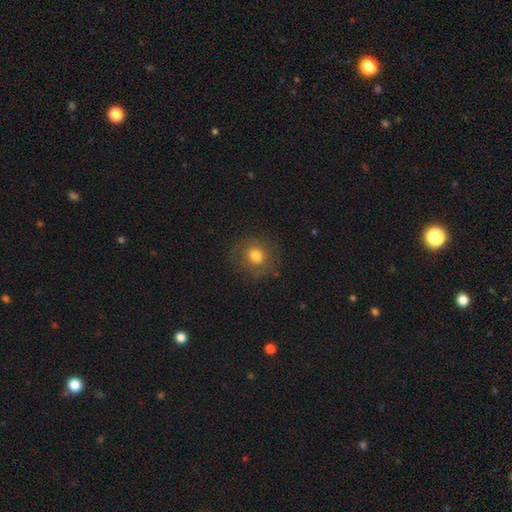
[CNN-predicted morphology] This appears to be a smooth galaxy with no disk features (71%) that is round (83%). Merging: none (78%).